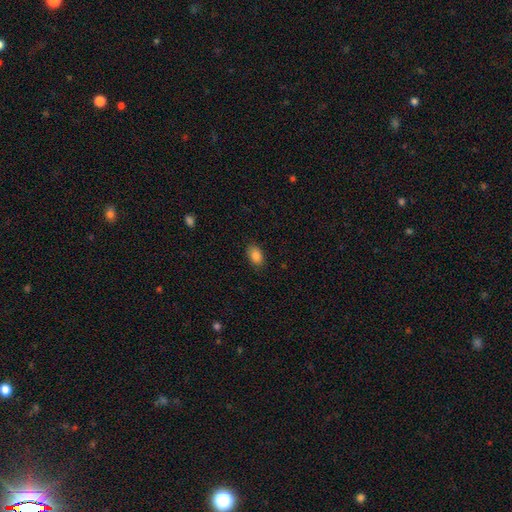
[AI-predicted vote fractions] Smooth or featured? smooth (87%)
How rounded? in between (89%)
Merging? none (86%)